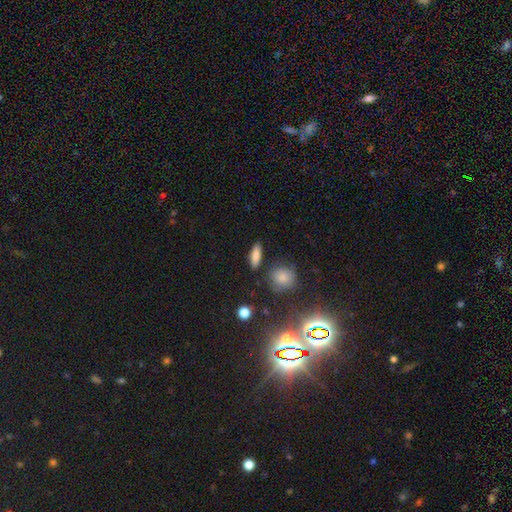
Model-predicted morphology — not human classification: This is clearly a smooth galaxy (81%). How rounded: possibly in between (54%). Merging: clearly none (85%).